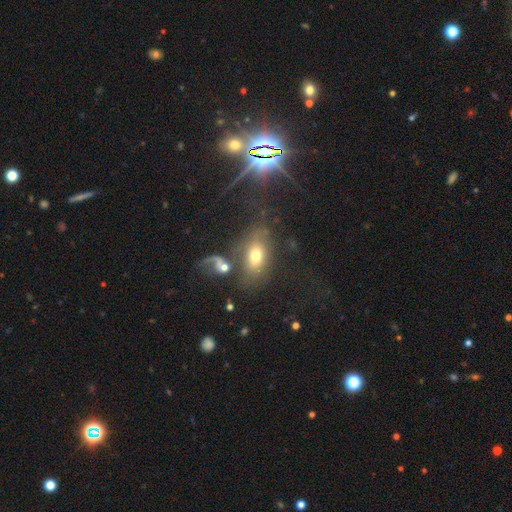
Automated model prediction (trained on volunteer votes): Smooth or featured?
  - smooth: 62% *
  - featured or disk: 26%
  - star or artifact: 13%
How rounded?
  - in between: 82% *
  - round: 15%
  - cigar-shaped: 3%
Merging?
  - none: 47% *
  - merger: 19%
  - major disturbance: 17%
  - minor disturbance: 16%